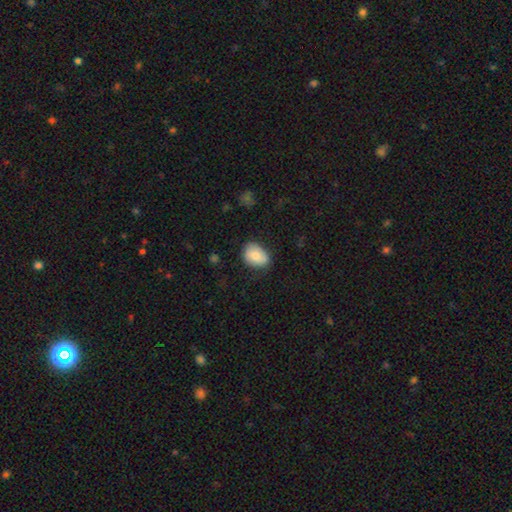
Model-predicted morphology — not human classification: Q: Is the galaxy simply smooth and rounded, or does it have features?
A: smooth — 78%.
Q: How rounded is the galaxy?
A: in between — 75%.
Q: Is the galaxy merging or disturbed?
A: none — 71%.